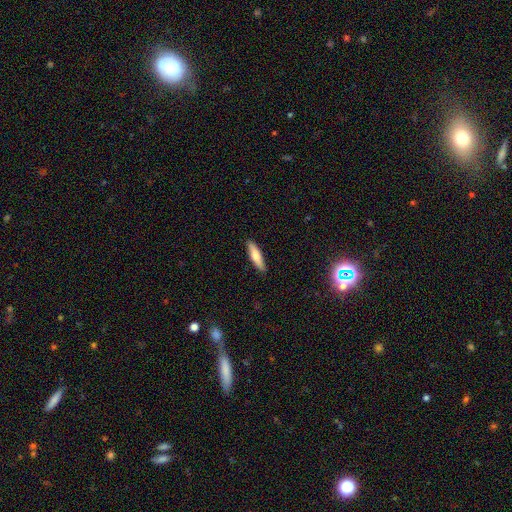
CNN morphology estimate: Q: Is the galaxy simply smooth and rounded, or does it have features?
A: smooth — 72%.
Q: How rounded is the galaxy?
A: cigar-shaped — 73%.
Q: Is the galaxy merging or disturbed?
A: none — 89%.